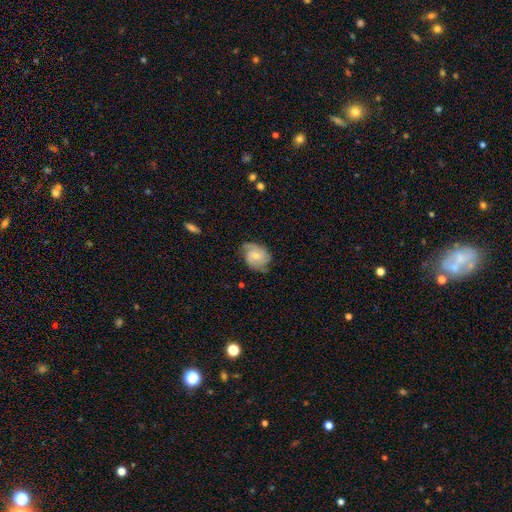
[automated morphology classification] featured or disk 77%, smooth 17%, star or artifact 6%. Down the decision tree: edge-on disk — no (97%); bar — no (67%); spiral arms — yes (95%); spiral arm count — 2 (53%); spiral winding — tight (43%); bulge size — small (50%); merging — none (67%).